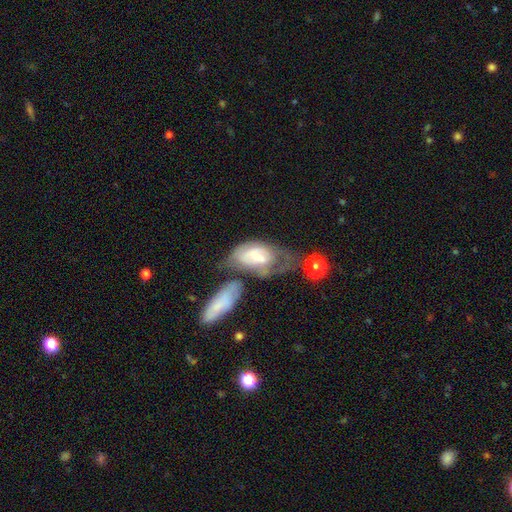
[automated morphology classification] smooth_or_featured: featured or disk (p=0.56) [alt: smooth p=0.38]
disk_edge_on: no (p=0.92) [alt: yes p=0.08]
bar: no (p=0.53) [alt: weak p=0.34]
has_spiral_arms: yes (p=0.55) [alt: no p=0.45]
bulge_size: small (p=0.45) [alt: moderate p=0.40]
merging: merger (p=0.34) [alt: major disturbance p=0.25]